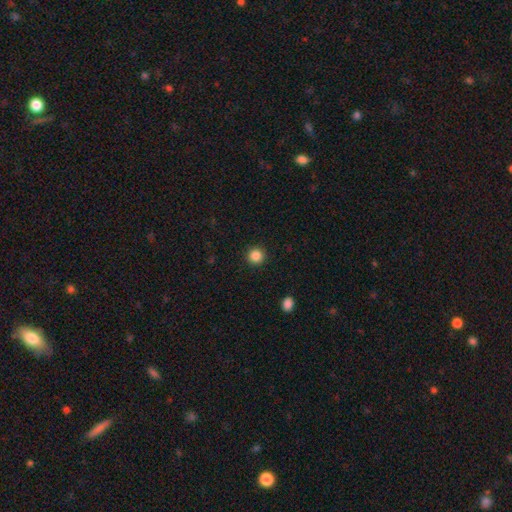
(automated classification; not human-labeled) A smooth galaxy with no disk features (86%) that is round (95%).

Vote fractions:
- Smooth or featured? smooth: 86% / star or artifact: 11% / featured or disk: 3%
- How rounded? round: 95% / in between: 4% / cigar-shaped: 1%
- Merging? none: 93% / minor disturbance: 5% / major disturbance: 2% / merger: 1%